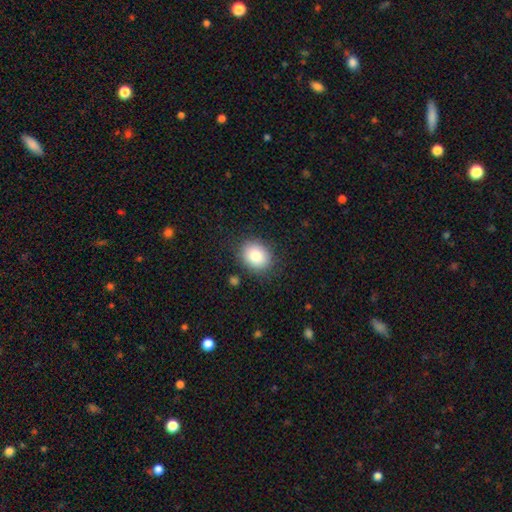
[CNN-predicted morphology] This is clearly a smooth galaxy (84%). How rounded: possibly round (55%). Merging: clearly none (84%).